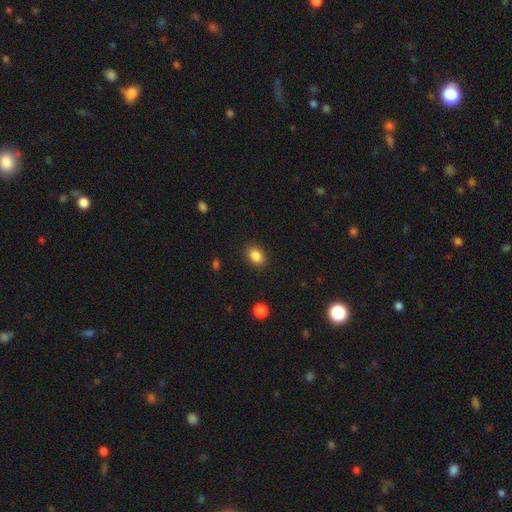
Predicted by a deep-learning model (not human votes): Smooth or featured? smooth (86%)
How rounded? in between (69%)
Merging? none (88%)